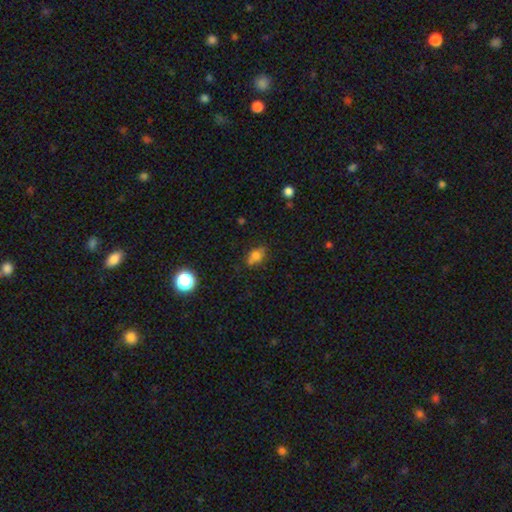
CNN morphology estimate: The model was most divided on "merging": none: 60%, minor disturbance: 23%, merger: 11%, major disturbance: 6%. More confident: how rounded — in between (74%); smooth or featured — smooth (70%).